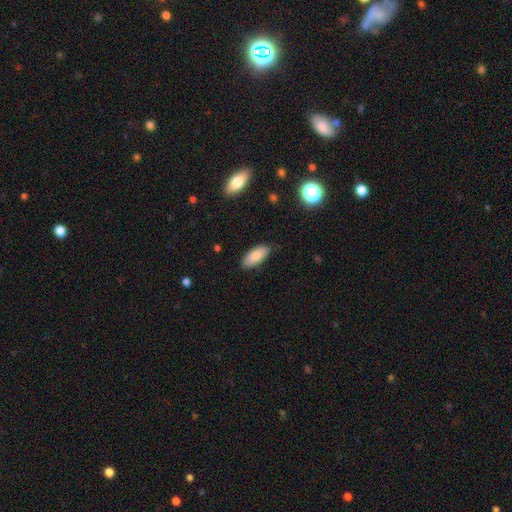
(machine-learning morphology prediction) Smooth or featured? Predicted: smooth (p=0.84). How rounded? Predicted: in between (p=0.84). Merging? Predicted: none (p=0.86).